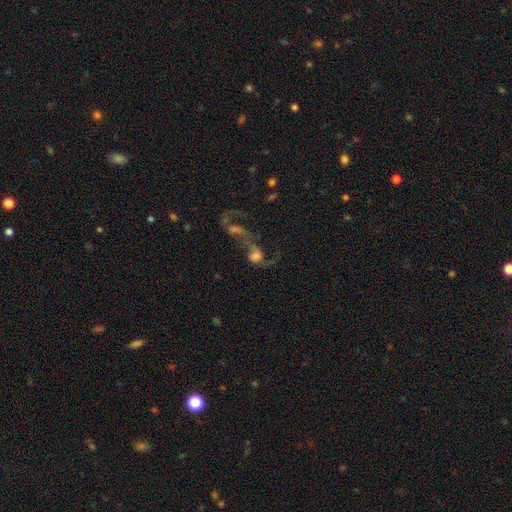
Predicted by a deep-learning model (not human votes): smooth_or_featured: featured or disk (p=0.51) [alt: smooth p=0.34]
disk_edge_on: no (p=0.95) [alt: yes p=0.05]
merging: merger (p=0.63) [alt: major disturbance p=0.19]